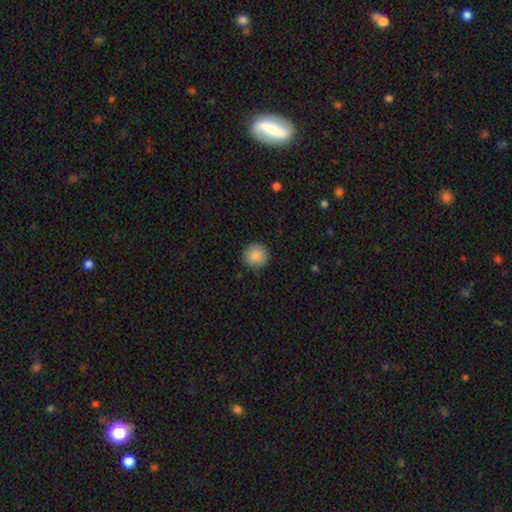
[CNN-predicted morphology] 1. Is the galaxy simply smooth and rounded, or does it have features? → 88% smooth, 8% star or artifact, 4% featured or disk.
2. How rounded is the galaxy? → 94% round, 5% in between, 1% cigar-shaped.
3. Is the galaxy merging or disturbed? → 89% none, 8% minor disturbance, 2% major disturbance, 1% merger.